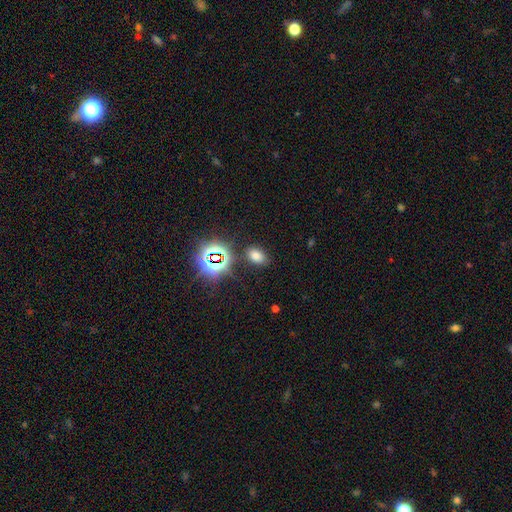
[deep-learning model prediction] Morphology: type=smooth (67%); roundness=in between (84%); merging=none (83%).